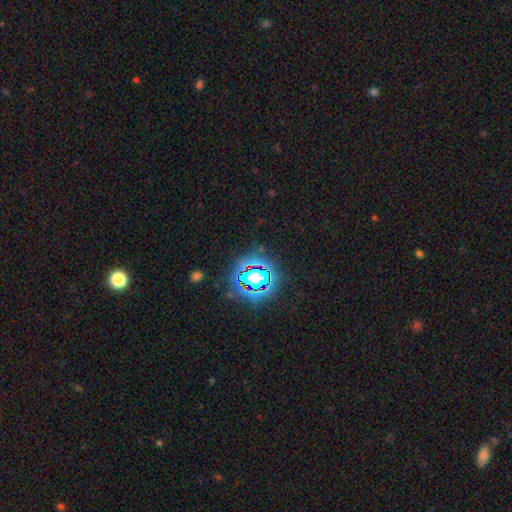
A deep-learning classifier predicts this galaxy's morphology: Smooth or featured?
  - star or artifact: 80% *
  - smooth: 13%
  - featured or disk: 8%